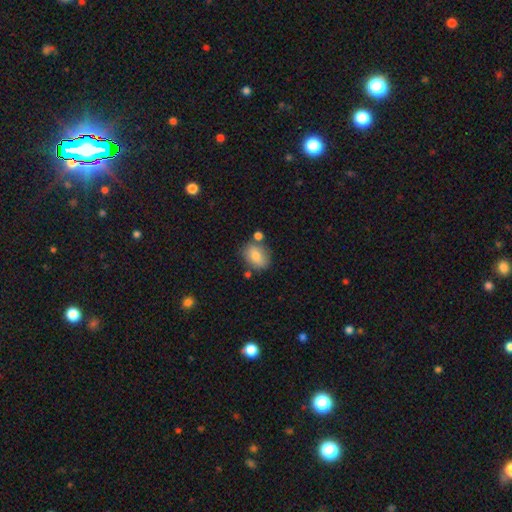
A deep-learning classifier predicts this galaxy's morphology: type=smooth (77%); roundness=in between (71%); merging=none (67%).